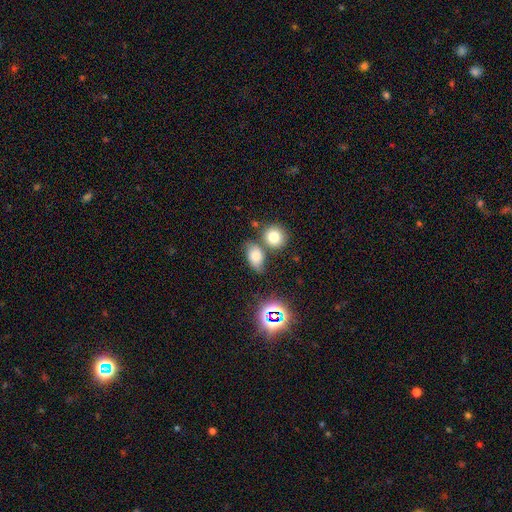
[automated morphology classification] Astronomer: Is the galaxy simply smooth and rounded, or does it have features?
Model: smooth — 71%.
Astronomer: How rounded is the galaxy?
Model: in between — 76%.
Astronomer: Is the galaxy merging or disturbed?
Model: none — 59%.